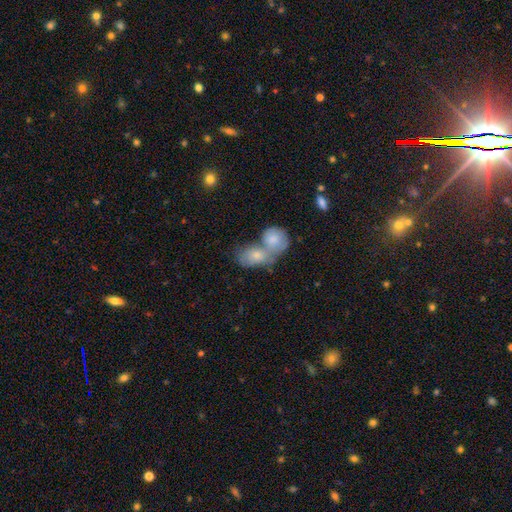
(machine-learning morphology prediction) Smooth or featured: smooth — 76% (featured or disk — 17%)
How rounded: in between — 73% (round — 24%)
Merging: merger — 74% (none — 16%)